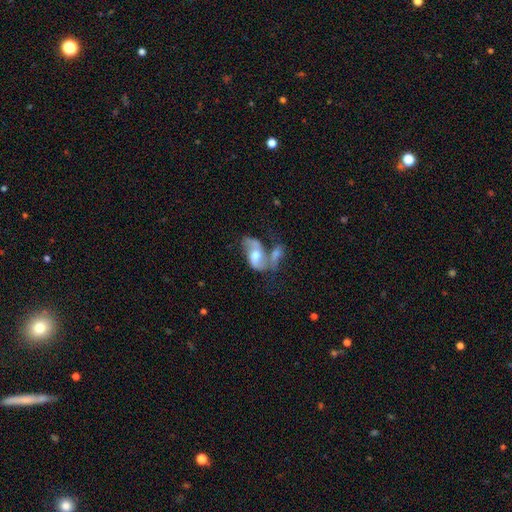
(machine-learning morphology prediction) Q: Smooth or featured?
A: featured or disk (61%); runner-up: smooth (32%)
Q: Edge-on disk?
A: no (94%); runner-up: yes (6%)
Q: Bar?
A: no (53%); runner-up: weak (35%)
Q: Spiral arms?
A: yes (72%); runner-up: no (28%)
Q: Bulge size?
A: moderate (63%); runner-up: large (23%)
Q: Merging?
A: merger (49%); runner-up: none (20%)